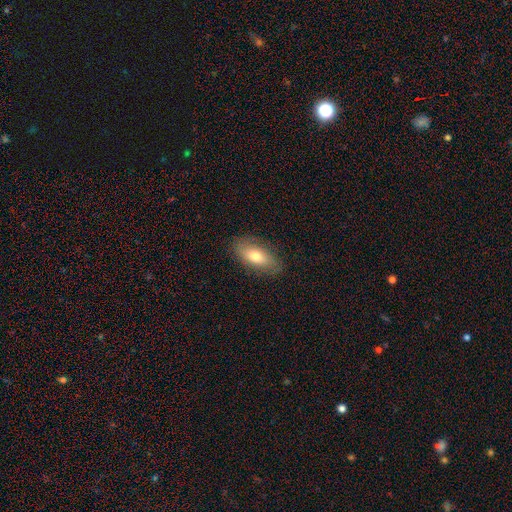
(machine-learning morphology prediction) smooth-or-featured: smooth: 70% | featured or disk: 23% | star or artifact: 7%
  how-rounded: in between: 87% | cigar-shaped: 9% | round: 4%
  merging: none: 83% | minor disturbance: 13% | major disturbance: 3% | merger: 1%